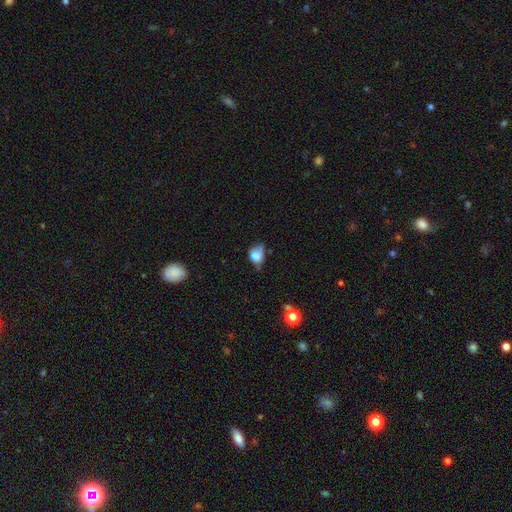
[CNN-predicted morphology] This appears to be a smooth galaxy with no disk features (71%) that is in between round and cigar-shaped (64%). Merging: minor disturbance (40%).